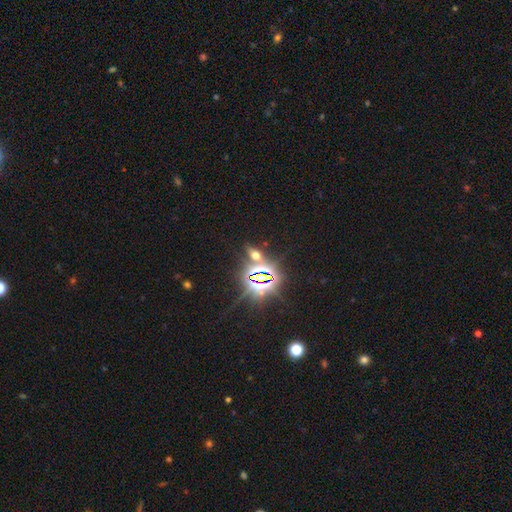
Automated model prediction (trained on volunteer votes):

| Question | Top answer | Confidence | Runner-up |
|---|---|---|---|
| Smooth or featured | star or artifact | 60% | smooth (28%) |